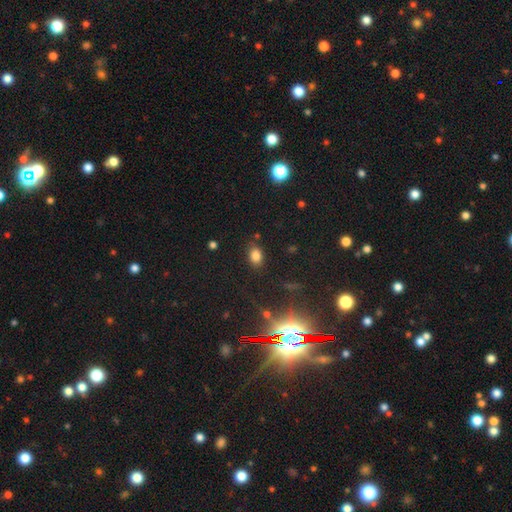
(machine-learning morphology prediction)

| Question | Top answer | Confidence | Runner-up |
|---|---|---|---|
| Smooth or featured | smooth | 79% | star or artifact (15%) |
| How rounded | in between | 78% | round (20%) |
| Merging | none | 83% | minor disturbance (12%) |